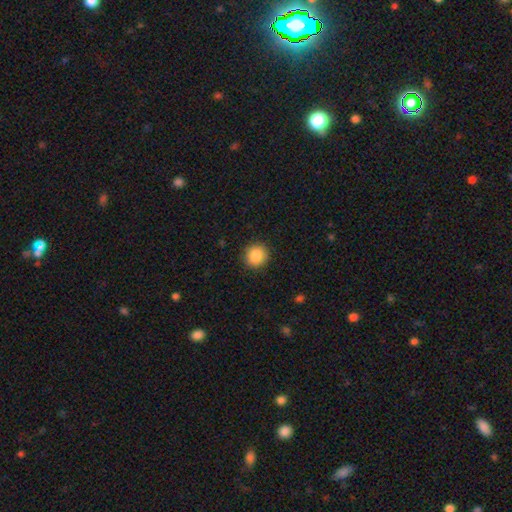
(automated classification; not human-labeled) smooth_or_featured: smooth (p=0.88) [alt: star or artifact p=0.09]
how_rounded: round (p=0.92) [alt: in between p=0.07]
merging: none (p=0.90) [alt: minor disturbance p=0.07]